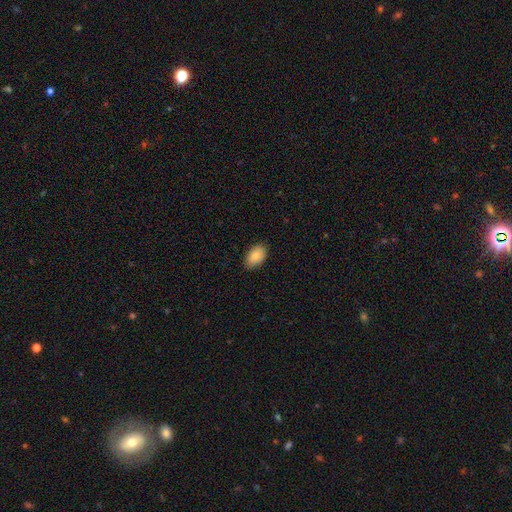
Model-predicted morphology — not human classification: smooth-or-featured: smooth: 85% | featured or disk: 8% | star or artifact: 7%
  how-rounded: in between: 92% | round: 7% | cigar-shaped: 1%
  merging: none: 87% | minor disturbance: 10% | major disturbance: 2% | merger: 1%